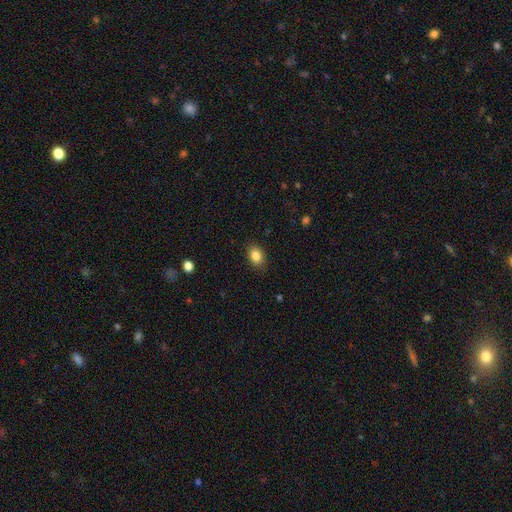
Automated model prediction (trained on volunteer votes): smooth_or_featured: smooth (p=0.86) [alt: star or artifact p=0.09]
how_rounded: in between (p=0.72) [alt: round p=0.26]
merging: none (p=0.86) [alt: minor disturbance p=0.10]